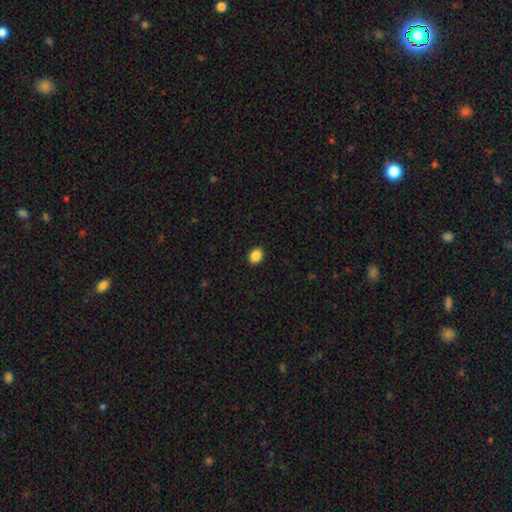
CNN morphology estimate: smooth-or-featured: smooth: 87% | star or artifact: 9% | featured or disk: 4%
  how-rounded: in between: 57% | round: 43% | cigar-shaped: 1%
  merging: none: 92% | minor disturbance: 6% | major disturbance: 2% | merger: 1%